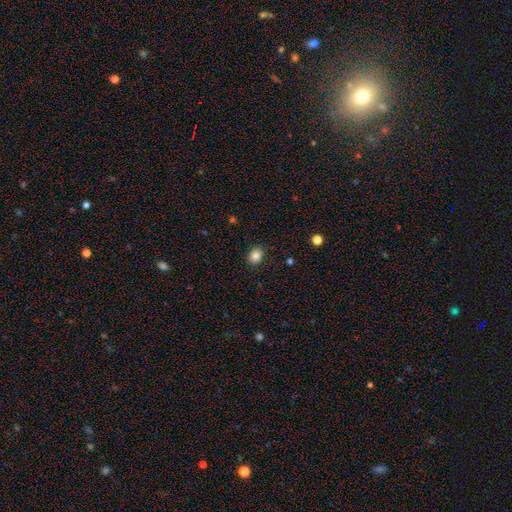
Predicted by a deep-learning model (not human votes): Smooth or featured: smooth — 85% (star or artifact — 10%)
How rounded: round — 57% (in between — 42%)
Merging: none — 88% (minor disturbance — 8%)